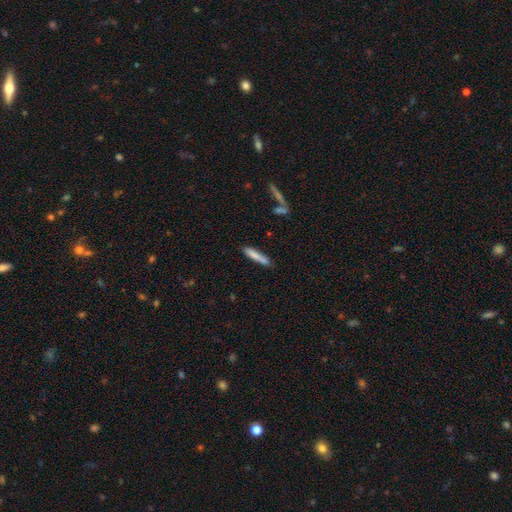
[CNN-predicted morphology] Smooth or featured? smooth (78%)
How rounded? cigar-shaped (91%)
Merging? none (77%)